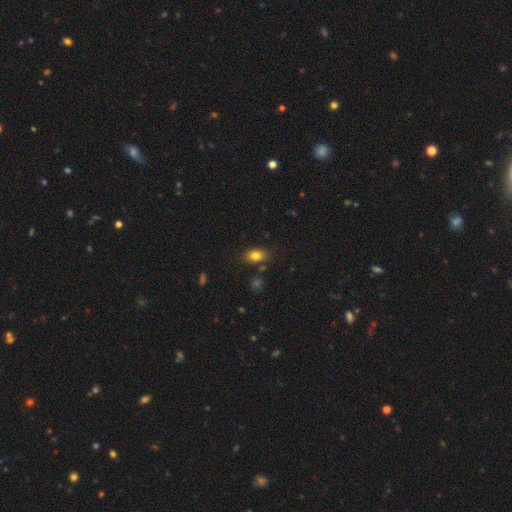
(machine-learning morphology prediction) smooth-or-featured: smooth: 81% | star or artifact: 10% | featured or disk: 9%
  how-rounded: in between: 83% | round: 14% | cigar-shaped: 3%
  merging: none: 81% | minor disturbance: 12% | merger: 4% | major disturbance: 3%